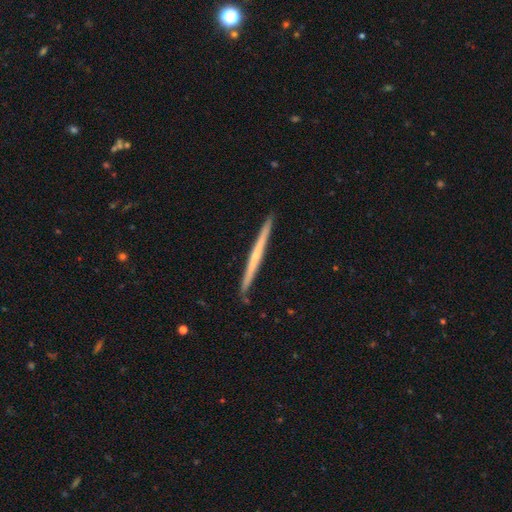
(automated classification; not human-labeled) This appears to be a featured or disk galaxy (58%) viewed edge-on (98%) with no central bulge (78%). Merging: none (92%).